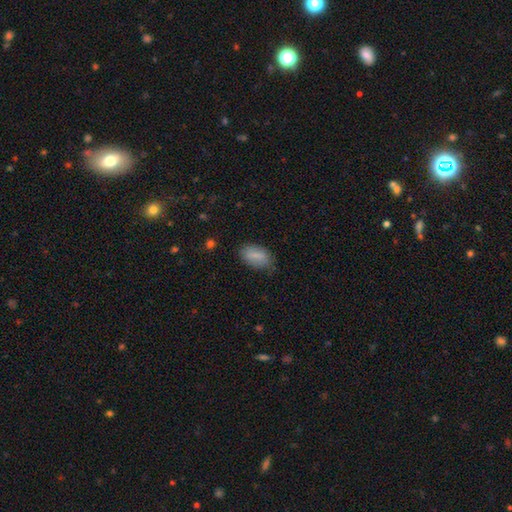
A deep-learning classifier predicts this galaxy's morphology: smooth 81%, featured or disk 12%, star or artifact 7%. Down the decision tree: how rounded — in between (92%); merging — none (77%).